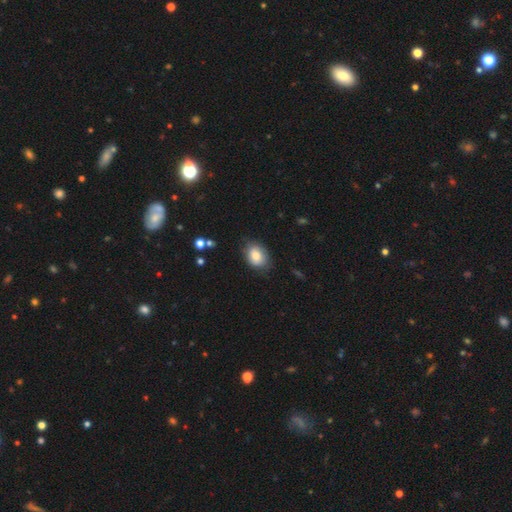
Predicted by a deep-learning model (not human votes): This appears to be a smooth galaxy with no disk features (82%) that is in between round and cigar-shaped (69%). Merging: none (73%).